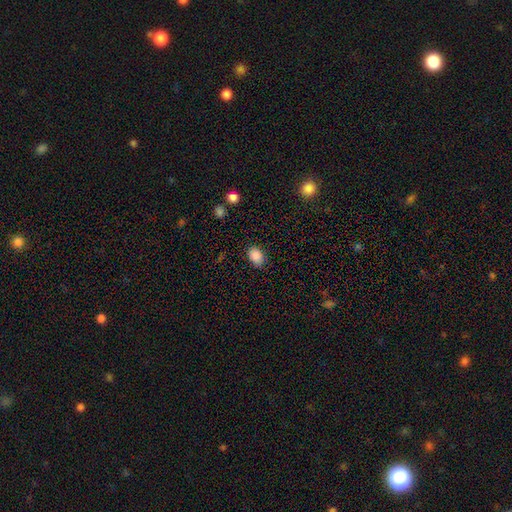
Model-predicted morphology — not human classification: smooth 88%, star or artifact 9%, featured or disk 3%. Down the decision tree: how rounded — in between (77%); merging — none (82%).